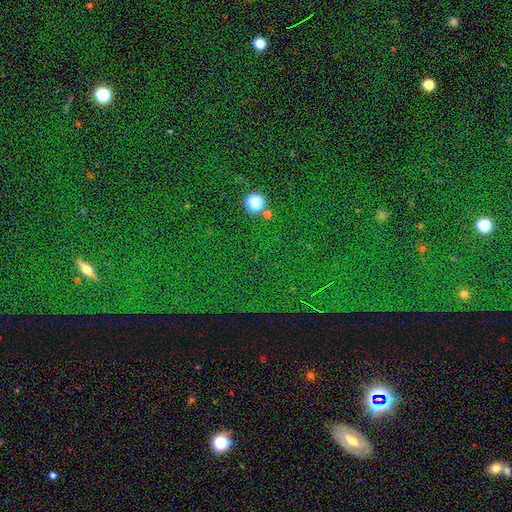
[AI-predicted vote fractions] star or artifact 82%, smooth 10%, featured or disk 8%.